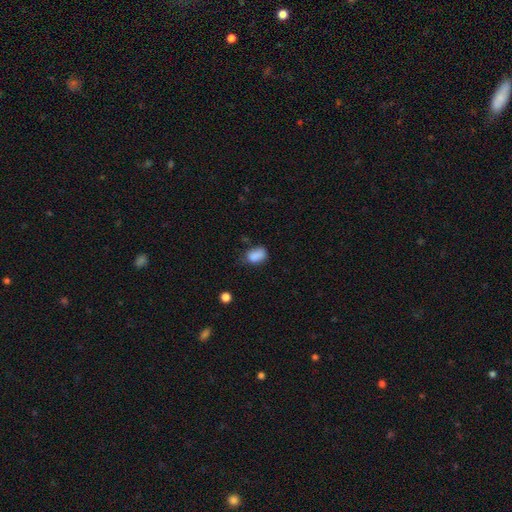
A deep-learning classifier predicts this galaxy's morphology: type=smooth (84%); roundness=in between (84%); merging=none (51%).